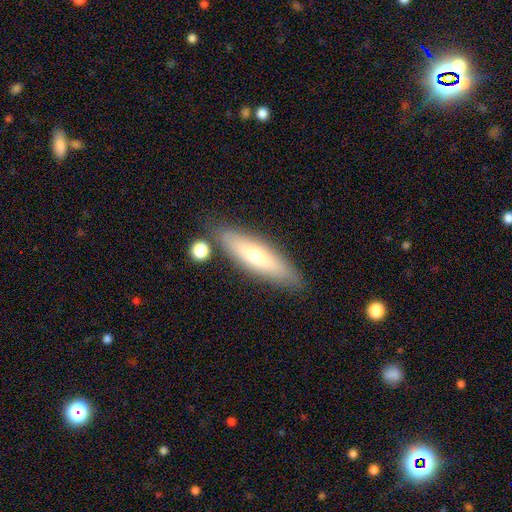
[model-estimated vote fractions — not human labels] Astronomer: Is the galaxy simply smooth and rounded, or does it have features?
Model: smooth — 56% (runner-up: featured or disk, 37%).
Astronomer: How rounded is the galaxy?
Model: cigar-shaped — 65%.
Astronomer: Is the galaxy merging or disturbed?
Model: none — 83%.